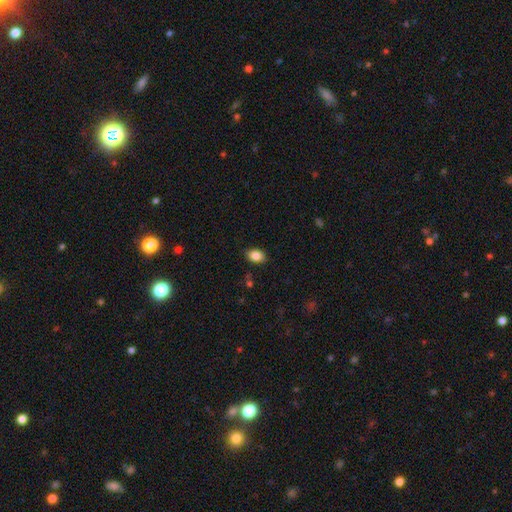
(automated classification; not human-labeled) smooth_or_featured: smooth (p=0.86) [alt: star or artifact p=0.09]
how_rounded: in between (p=0.79) [alt: round p=0.20]
merging: none (p=0.85) [alt: minor disturbance p=0.12]